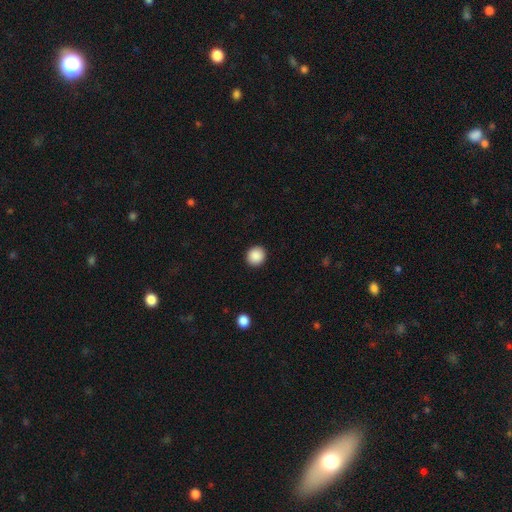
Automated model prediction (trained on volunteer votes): A smooth galaxy with no disk features (89%) that is round (89%). Merging: none (92%).